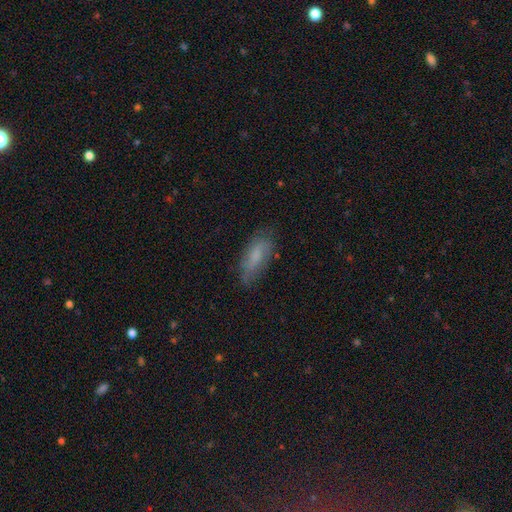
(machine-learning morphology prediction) smooth 65%, featured or disk 27%, star or artifact 8%. Down the decision tree: how rounded — in between (71%); merging — none (69%).